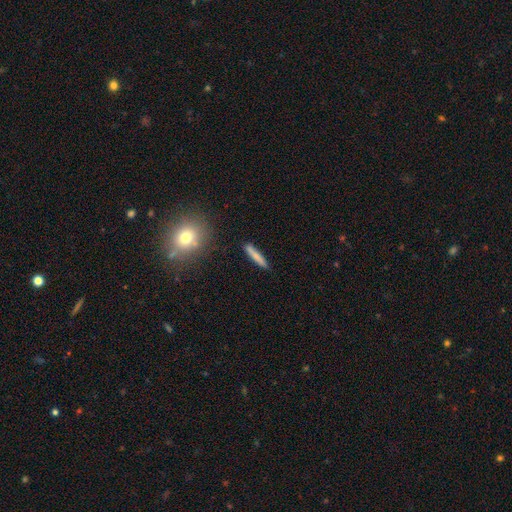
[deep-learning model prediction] smooth_or_featured: smooth (p=0.77) [alt: featured or disk p=0.16]
how_rounded: cigar-shaped (p=0.92) [alt: in between p=0.06]
merging: none (p=0.86) [alt: minor disturbance p=0.10]